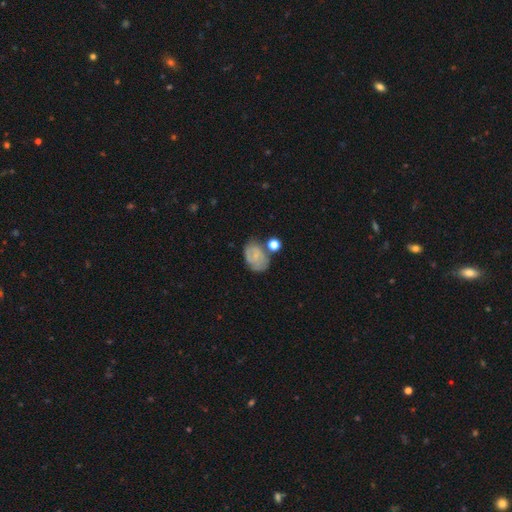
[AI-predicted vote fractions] This appears to be a smooth galaxy with no disk features (54%) that is in between round and cigar-shaped (72%). Merging: none (52%).